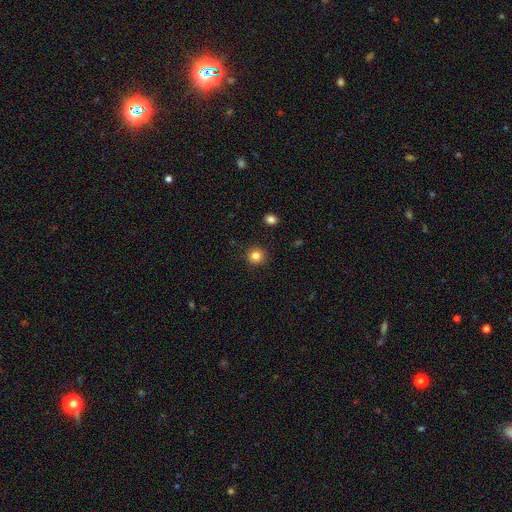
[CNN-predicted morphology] Q: Smooth or featured?
A: smooth (83%); runner-up: star or artifact (11%)
Q: How rounded?
A: round (94%); runner-up: in between (5%)
Q: Merging?
A: none (92%); runner-up: minor disturbance (5%)